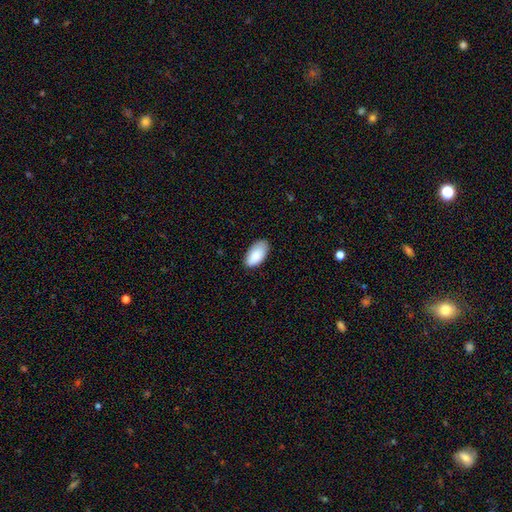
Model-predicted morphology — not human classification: Smooth or featured?
  - smooth: 88% *
  - star or artifact: 6%
  - featured or disk: 5%
How rounded?
  - in between: 96% *
  - round: 2%
  - cigar-shaped: 2%
Merging?
  - none: 79% *
  - minor disturbance: 18%
  - major disturbance: 3%
  - merger: 1%